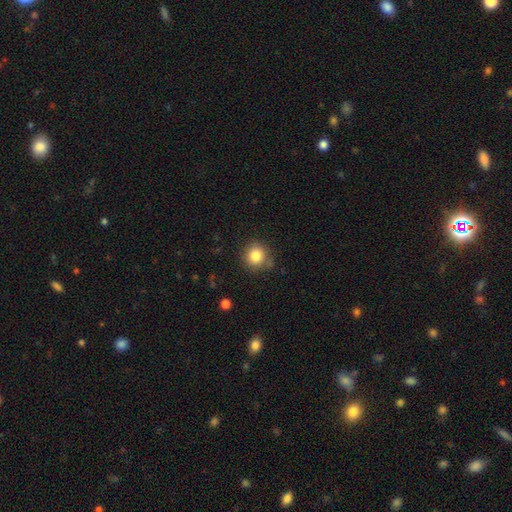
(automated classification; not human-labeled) The model was most divided on "merging": none: 79%, minor disturbance: 14%, major disturbance: 4%, merger: 3%. More confident: how rounded — round (90%); smooth or featured — smooth (84%).